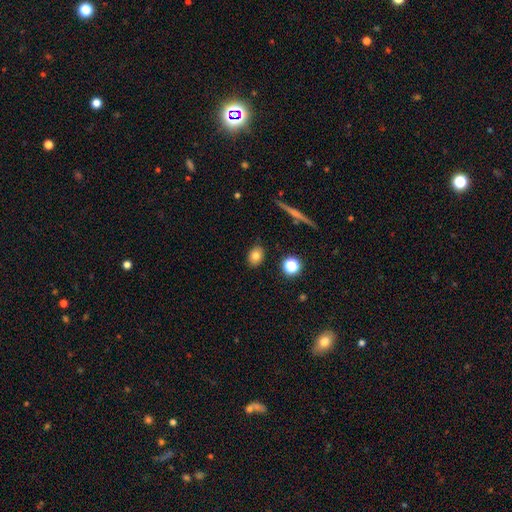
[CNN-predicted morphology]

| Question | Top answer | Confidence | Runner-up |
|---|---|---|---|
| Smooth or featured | smooth | 78% | star or artifact (11%) |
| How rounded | in between | 69% | round (29%) |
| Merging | none | 87% | minor disturbance (9%) |